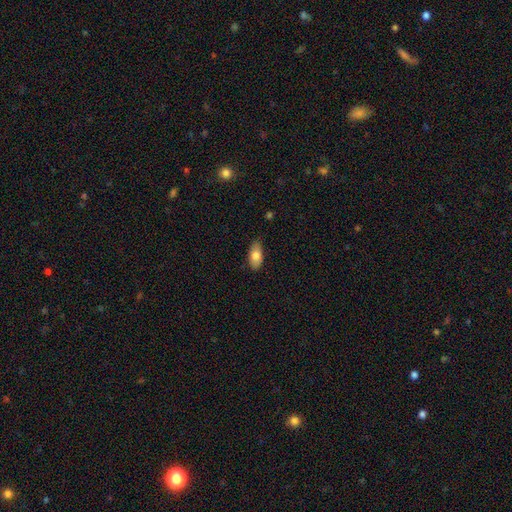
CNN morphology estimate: type=smooth (78%); roundness=in between (90%); merging=none (79%).